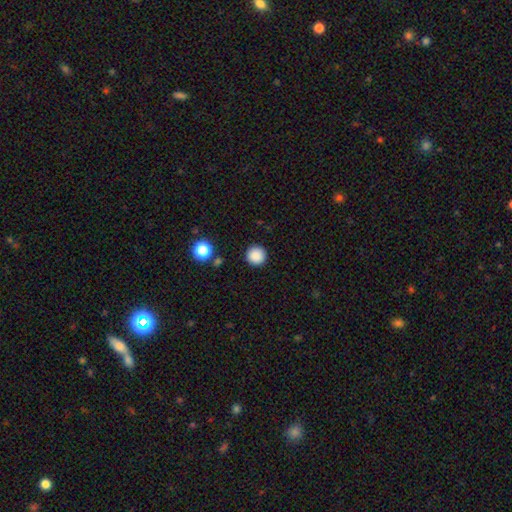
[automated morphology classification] Overall: smooth (87%). How rounded: round (95%). Merging: none (91%).